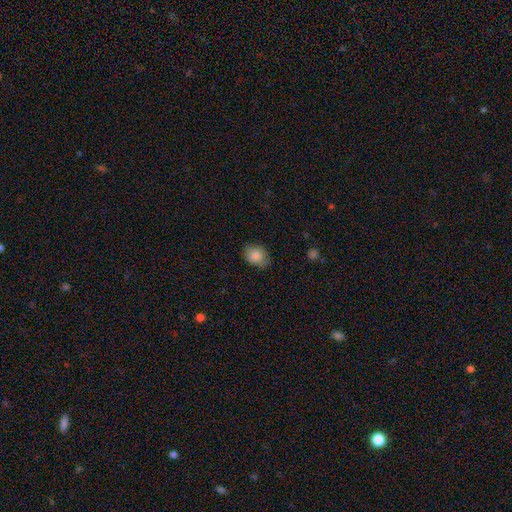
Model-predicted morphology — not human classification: A smooth galaxy with no disk features (86%) that is in between round and cigar-shaped (66%). Merging: none (77%).